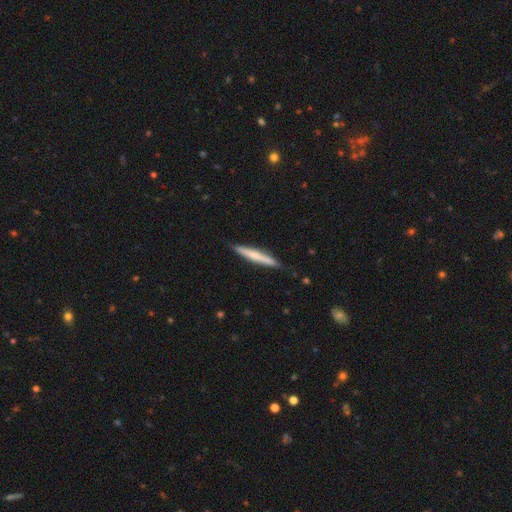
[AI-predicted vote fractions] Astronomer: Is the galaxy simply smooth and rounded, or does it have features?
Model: smooth — 52% (runner-up: featured or disk, 42%).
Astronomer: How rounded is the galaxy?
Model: cigar-shaped — 95%.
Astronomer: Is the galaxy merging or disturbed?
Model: none — 86%.